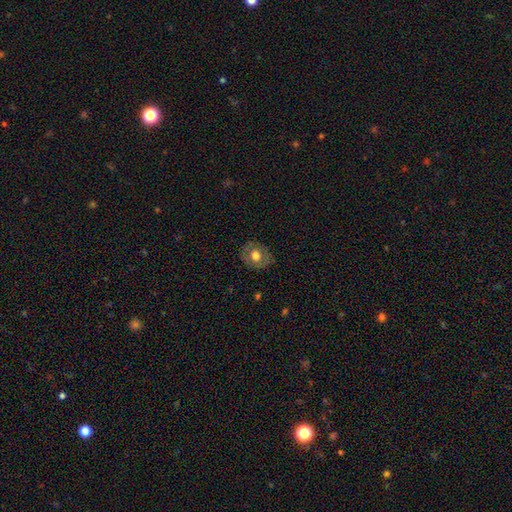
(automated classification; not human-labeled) A smooth galaxy with no disk features (58%) that is round (61%).

Vote fractions:
- Smooth or featured? smooth: 58% / featured or disk: 34% / star or artifact: 8%
- How rounded? round: 61% / in between: 38% / cigar-shaped: 1%
- Merging? none: 82% / minor disturbance: 13% / major disturbance: 4% / merger: 1%